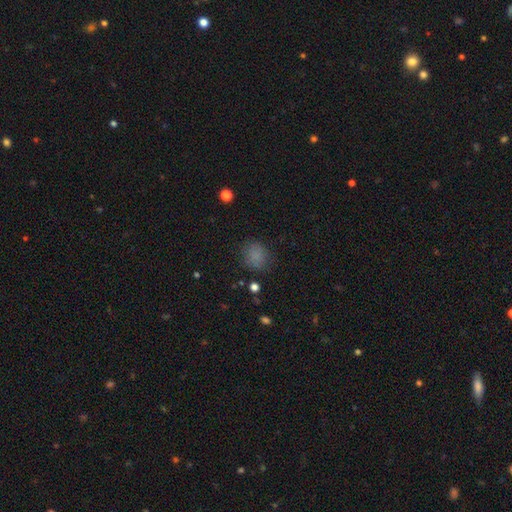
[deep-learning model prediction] Overall: smooth (79%). How rounded: round (73%). Merging: none (77%).